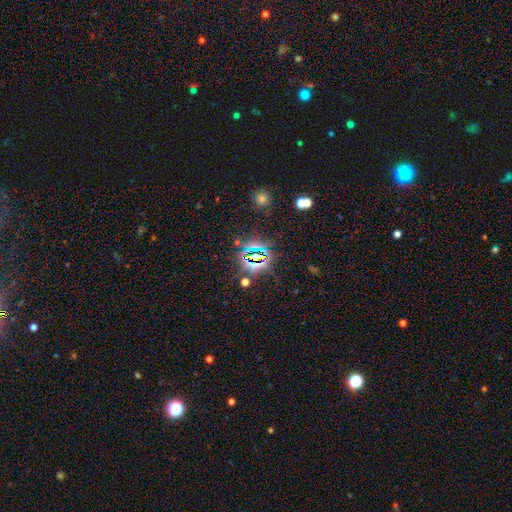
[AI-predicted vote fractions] Smooth or featured?
  - star or artifact: 77% *
  - smooth: 14%
  - featured or disk: 9%